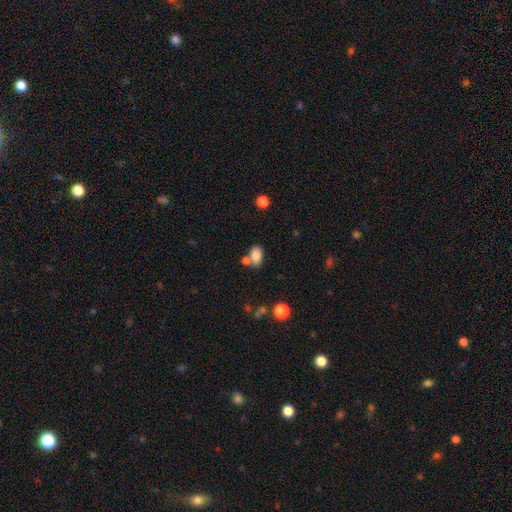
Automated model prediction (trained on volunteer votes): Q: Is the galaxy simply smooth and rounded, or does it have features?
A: smooth — 84%.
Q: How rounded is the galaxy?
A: in between — 86%.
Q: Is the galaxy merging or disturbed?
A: none — 59%.